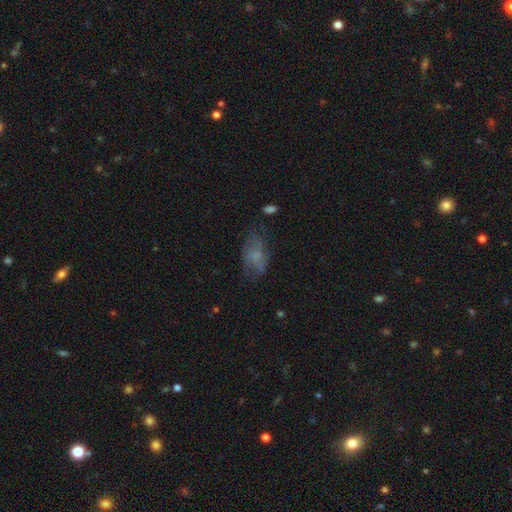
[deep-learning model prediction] Smooth or featured?
  - smooth: 58% *
  - featured or disk: 30%
  - star or artifact: 12%
How rounded?
  - in between: 88% *
  - round: 8%
  - cigar-shaped: 4%
Merging?
  - none: 52% *
  - minor disturbance: 27%
  - major disturbance: 19%
  - merger: 2%